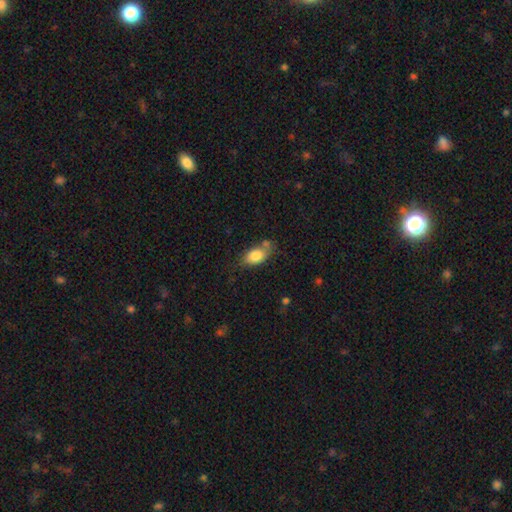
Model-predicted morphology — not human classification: Overall: smooth (81%). How rounded: in between (88%). Merging: none (57%; minor disturbance 24%).